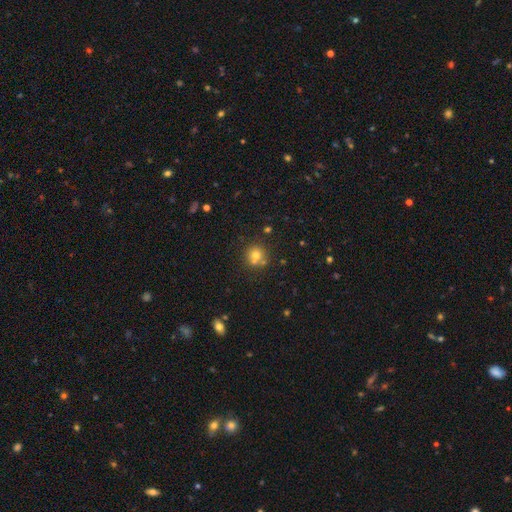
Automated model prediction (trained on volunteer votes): Q: Smooth or featured?
A: smooth (70%); runner-up: star or artifact (17%)
Q: How rounded?
A: round (88%); runner-up: in between (11%)
Q: Merging?
A: none (63%); runner-up: merger (24%)